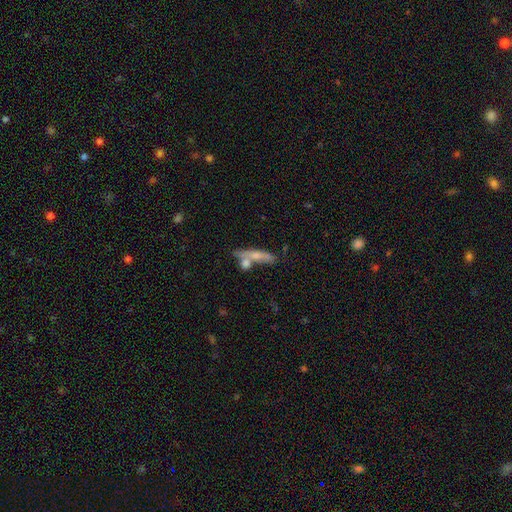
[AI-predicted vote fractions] This is possibly a smooth galaxy (59%). How rounded: likely cigar-shaped (69%). Merging: marginally none (44%).